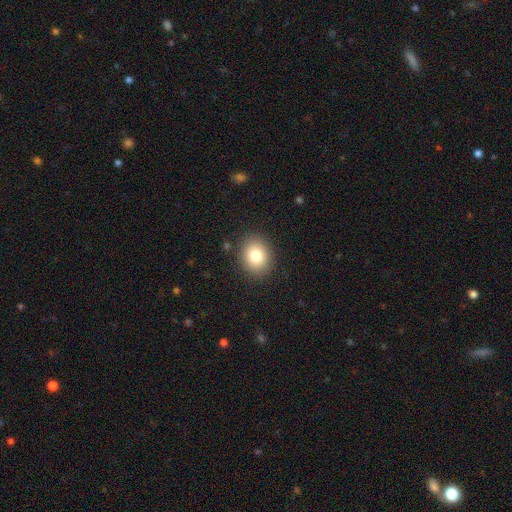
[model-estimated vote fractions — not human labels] The model was most divided on "how rounded": round: 60%, in between: 40%, cigar-shaped: 1%. More confident: merging — none (89%); smooth or featured — smooth (80%).